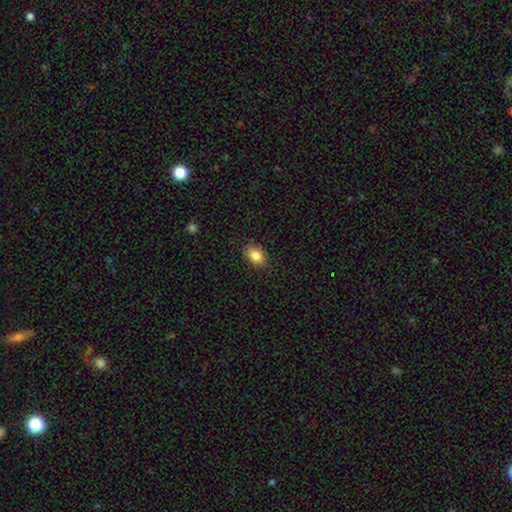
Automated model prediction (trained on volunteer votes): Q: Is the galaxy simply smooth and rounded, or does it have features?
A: smooth — 86%.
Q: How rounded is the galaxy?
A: in between — 82%.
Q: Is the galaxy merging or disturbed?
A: none — 86%.